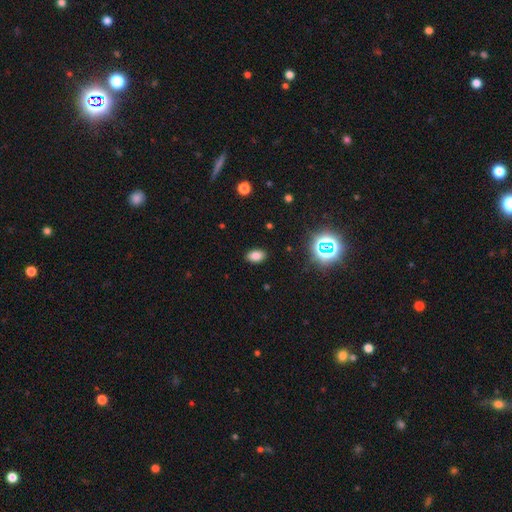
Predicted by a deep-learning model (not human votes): Smooth or featured? smooth (79%)
How rounded? in between (89%)
Merging? none (89%)